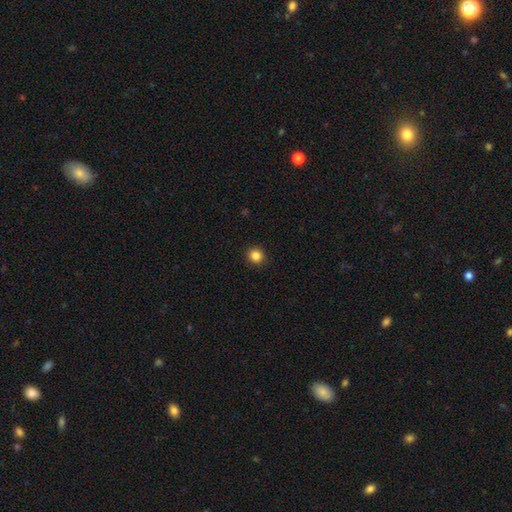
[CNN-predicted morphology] Smooth or featured? Predicted: smooth (p=0.85). How rounded? Predicted: round (p=0.92). Merging? Predicted: none (p=0.93).